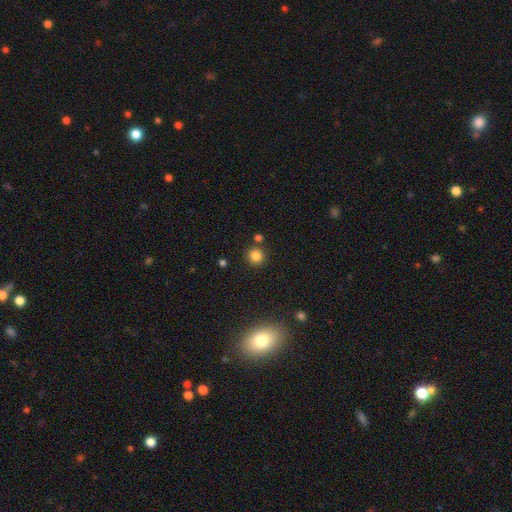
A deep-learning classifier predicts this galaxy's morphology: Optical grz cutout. It shows a smooth galaxy with no disk features (82%) that is round (92%). Merging: none (83%).